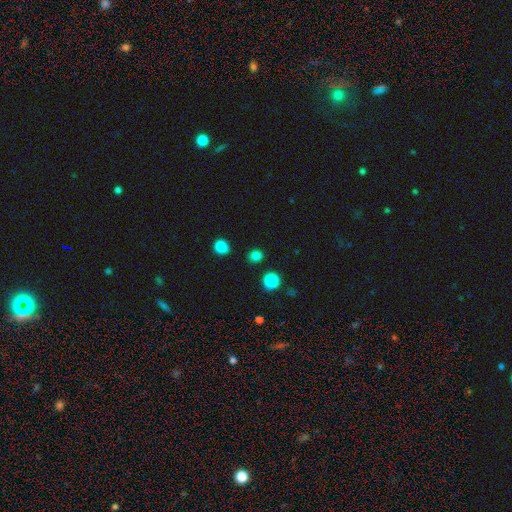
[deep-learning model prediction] The model was most divided on "smooth or featured": smooth: 79%, star or artifact: 18%, featured or disk: 3%. More confident: merging — none (86%); how rounded — round (83%).